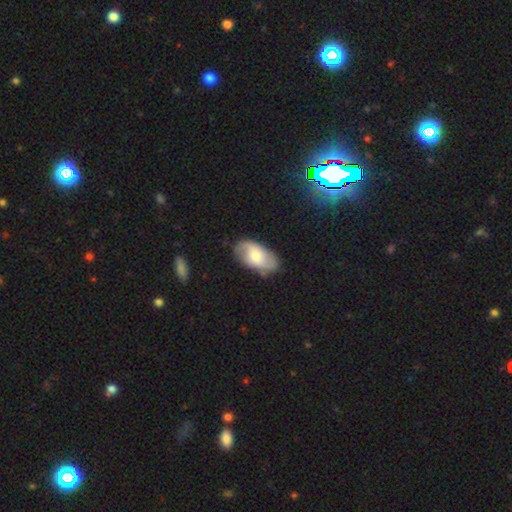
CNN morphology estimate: Smooth or featured? smooth (52%)
How rounded? in between (94%)
Merging? none (72%)